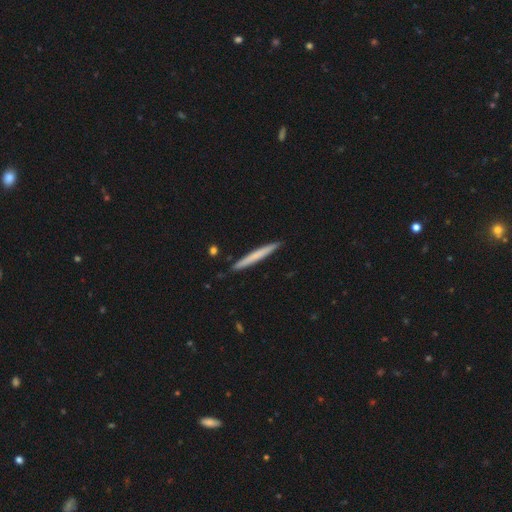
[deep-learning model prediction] A smooth galaxy with no disk features (61%) that is cigar-shaped (97%). Merging: none (92%).